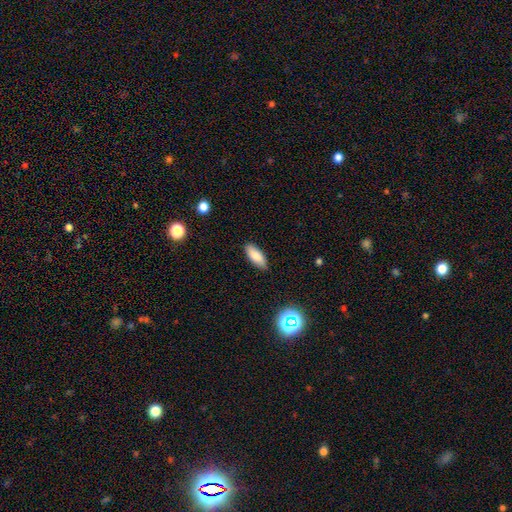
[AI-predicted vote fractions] Overall: smooth (84%). How rounded: in between (78%). Merging: none (87%).